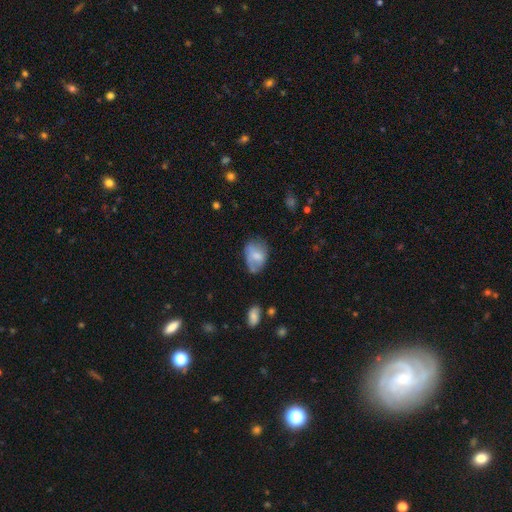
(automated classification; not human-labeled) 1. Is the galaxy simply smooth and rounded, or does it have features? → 67% smooth, 25% featured or disk, 8% star or artifact.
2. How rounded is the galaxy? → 82% in between, 16% round, 1% cigar-shaped.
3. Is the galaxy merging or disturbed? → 47% none, 34% minor disturbance, 15% major disturbance, 3% merger.